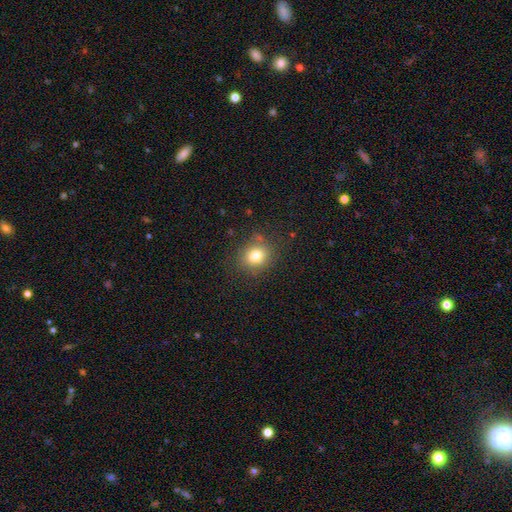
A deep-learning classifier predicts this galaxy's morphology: This is likely a smooth galaxy (77%). How rounded: likely round (72%). Merging: clearly none (81%).